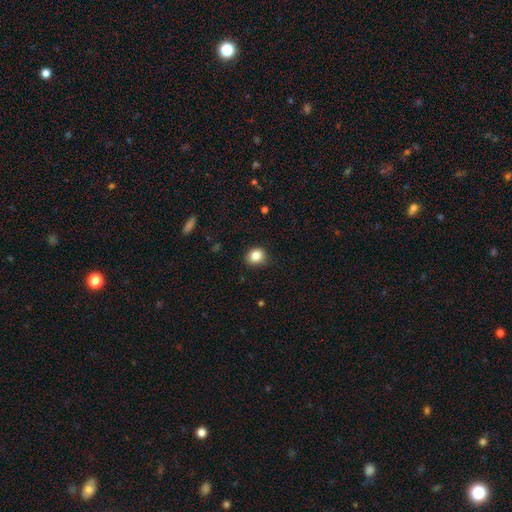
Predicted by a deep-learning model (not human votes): Overall: smooth (85%). How rounded: round (72%). Merging: none (85%).